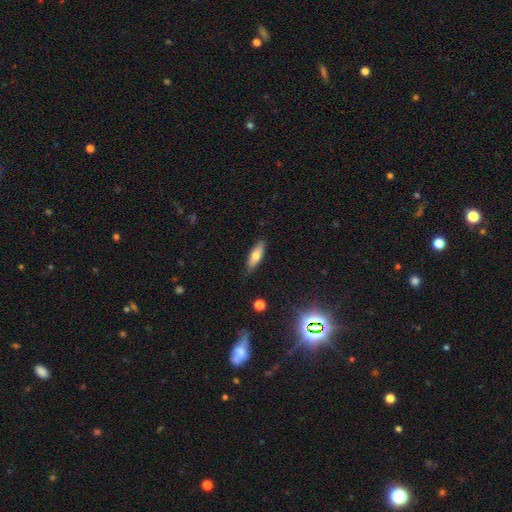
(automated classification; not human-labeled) Morphology: type=smooth (68%); roundness=in between (50%); merging=none (83%).